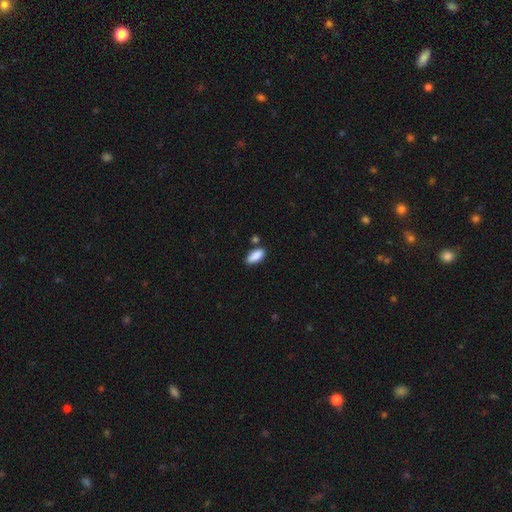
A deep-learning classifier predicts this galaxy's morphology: smooth 89%, star or artifact 7%, featured or disk 5%. Down the decision tree: how rounded — in between (85%); merging — none (79%).